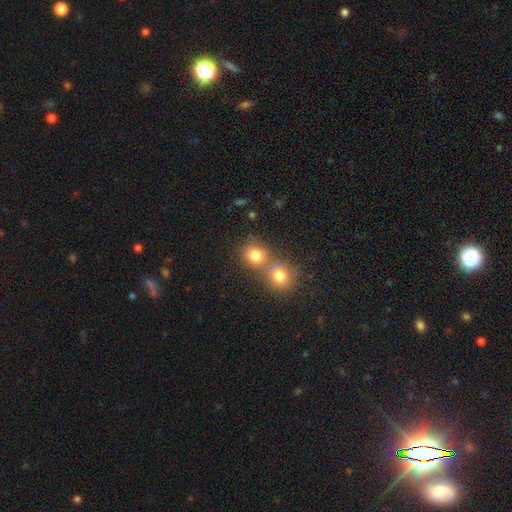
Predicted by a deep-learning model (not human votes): smooth-or-featured: smooth: 79% | star or artifact: 12% | featured or disk: 8%
  how-rounded: round: 79% | in between: 20% | cigar-shaped: 1%
  merging: merger: 46% | none: 44% | minor disturbance: 7% | major disturbance: 3%